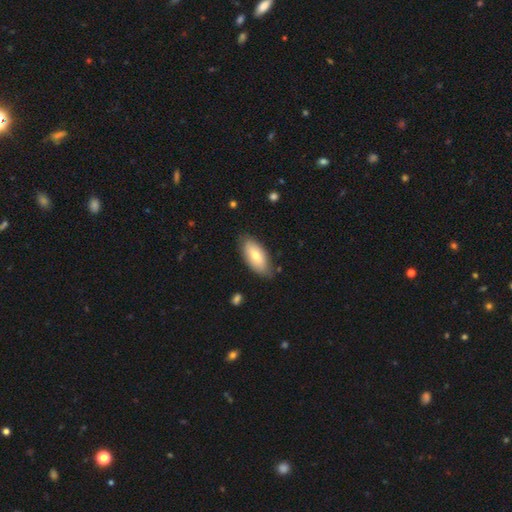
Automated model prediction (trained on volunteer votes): This is likely a smooth galaxy (71%). How rounded: clearly in between (91%). Merging: likely none (78%).